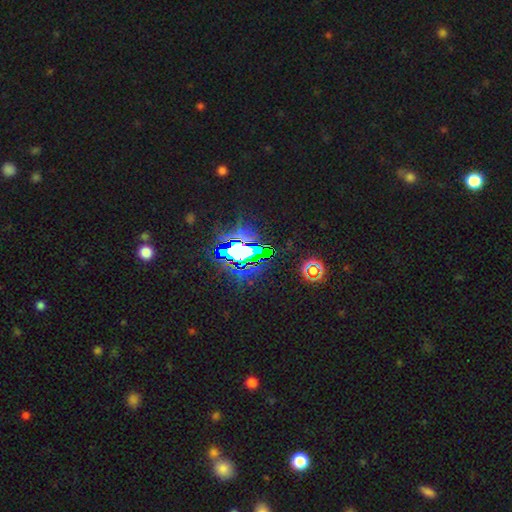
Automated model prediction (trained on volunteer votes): Smooth or featured? Predicted: star or artifact (p=0.73).